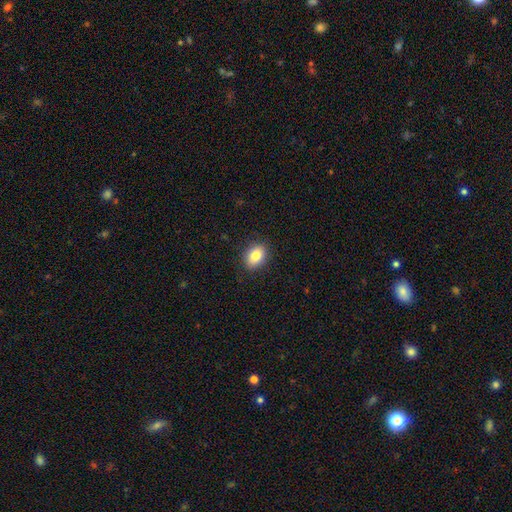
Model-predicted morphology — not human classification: This appears to be a smooth galaxy with no disk features (83%) that is in between round and cigar-shaped (73%). Merging: none (89%).